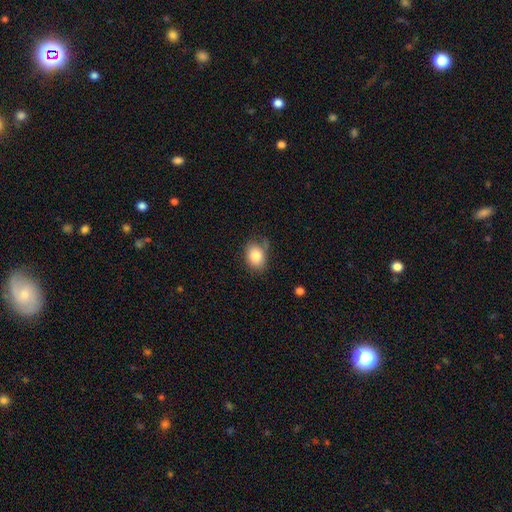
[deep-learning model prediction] This is clearly a smooth galaxy (83%). How rounded: likely in between (67%). Merging: likely none (63%).